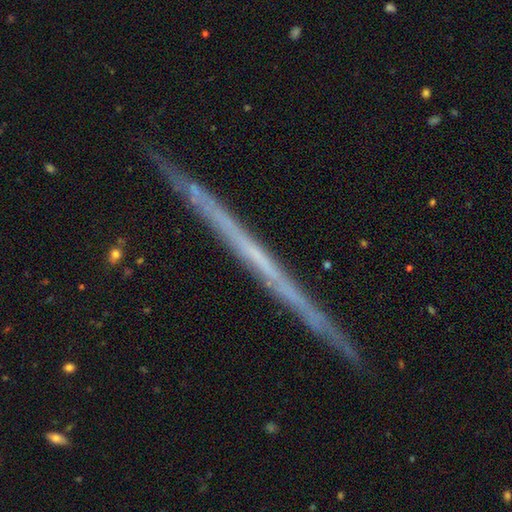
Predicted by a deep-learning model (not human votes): Morphology: type=featured or disk (71%); edge-on=yes (98%); edge-on bulge=none (93%); merging=none (92%).